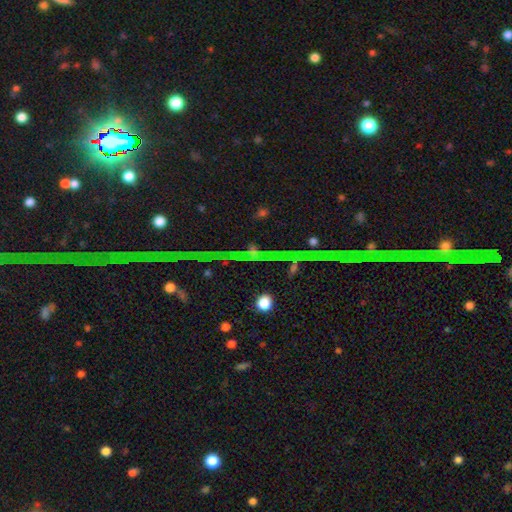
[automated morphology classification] This appears to be a star or artifact, not a galaxy (80%).